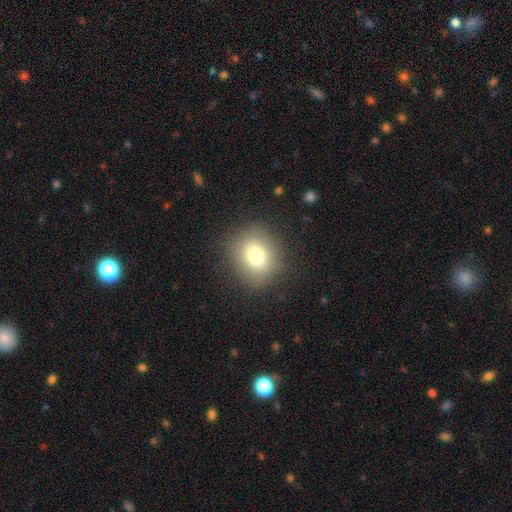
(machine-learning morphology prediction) Overall: smooth (77%). How rounded: round (70%). Merging: none (85%).